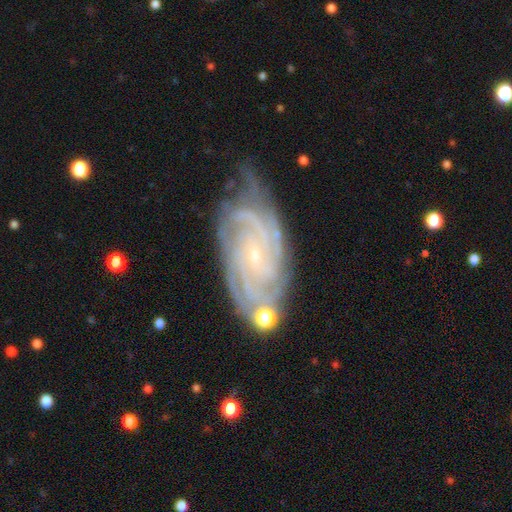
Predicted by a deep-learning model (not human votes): smooth-or-featured: featured or disk: 90% | star or artifact: 5% | smooth: 4%
  disk-edge-on: no: 96% | yes: 4%
    bar: no: 66% | weak: 25% | strong: 9%
    has-spiral-arms: yes: 98% | no: 2%
      spiral-winding: tight: 77% | medium: 20% | loose: 3%
      spiral-arm-count: 4: 33% | 3: 19% | can't tell: 16% | 2: 13% | more than 4: 12% | 1: 7%
    bulge-size: small: 87% | moderate: 8% | none: 3% | large: 1% | dominant: 1%
  merging: none: 68% | minor disturbance: 22% | major disturbance: 6% | merger: 4%